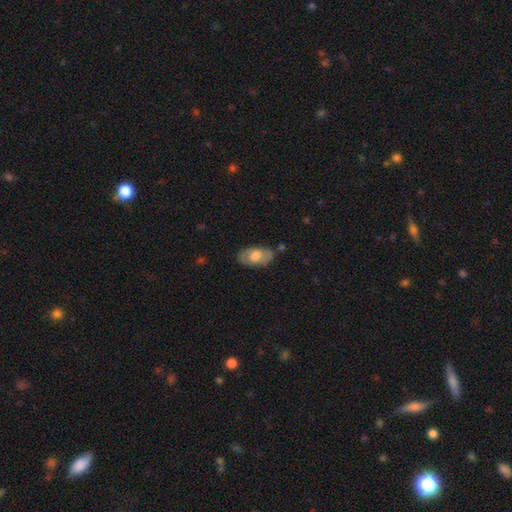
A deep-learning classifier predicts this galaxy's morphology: Overall: smooth (57%; featured or disk 38%). How rounded: in between (93%). Merging: none (77%).